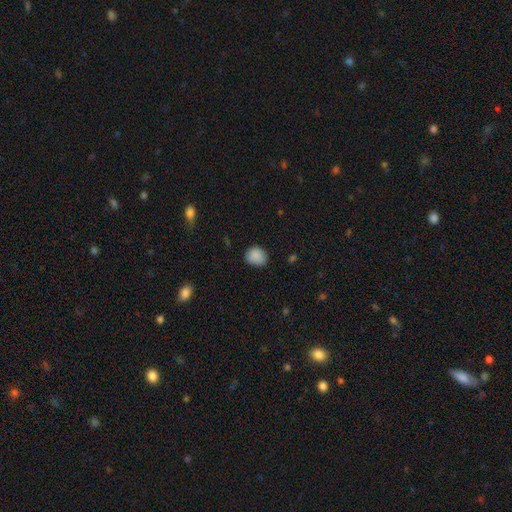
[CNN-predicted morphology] type=smooth (88%); roundness=round (70%); merging=none (78%).